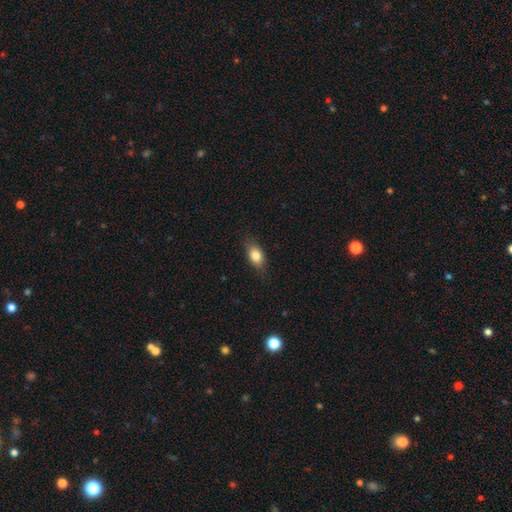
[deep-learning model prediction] The model was most divided on "merging": none: 80%, minor disturbance: 15%, major disturbance: 3%, merger: 1%. More confident: how rounded — in between (83%); smooth or featured — smooth (80%).